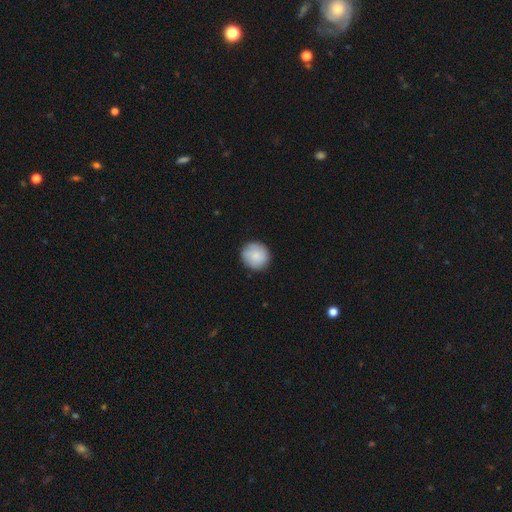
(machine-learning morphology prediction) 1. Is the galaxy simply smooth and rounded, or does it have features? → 82% smooth, 12% featured or disk, 6% star or artifact.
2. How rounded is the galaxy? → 93% round, 6% in between, 1% cigar-shaped.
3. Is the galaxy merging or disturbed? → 87% none, 9% minor disturbance, 2% major disturbance, 1% merger.